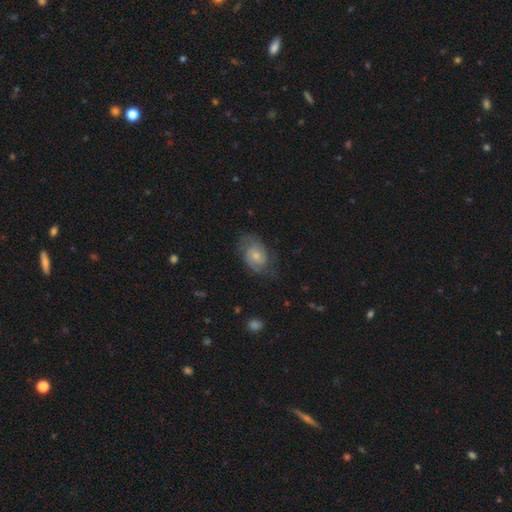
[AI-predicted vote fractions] featured or disk 59%, smooth 34%, star or artifact 7%. Down the decision tree: edge-on disk — no (97%); bar — no (72%); spiral arms — yes (86%); bulge size — small (51%); merging — none (60%).